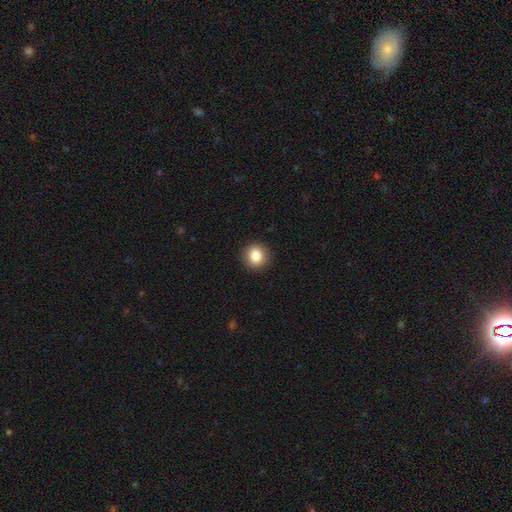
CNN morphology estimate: Q: Smooth or featured?
A: smooth (86%); runner-up: star or artifact (9%)
Q: How rounded?
A: round (89%); runner-up: in between (10%)
Q: Merging?
A: none (92%); runner-up: minor disturbance (5%)